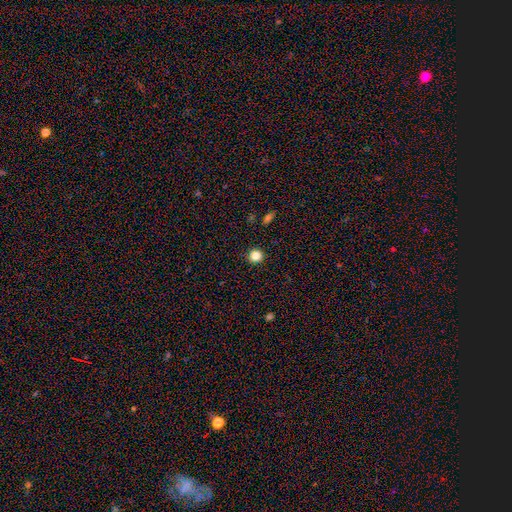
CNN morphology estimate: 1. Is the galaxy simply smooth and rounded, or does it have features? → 83% smooth, 12% star or artifact, 5% featured or disk.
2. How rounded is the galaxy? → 94% round, 5% in between, 1% cigar-shaped.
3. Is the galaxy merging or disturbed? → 92% none, 5% minor disturbance, 2% major disturbance, 1% merger.